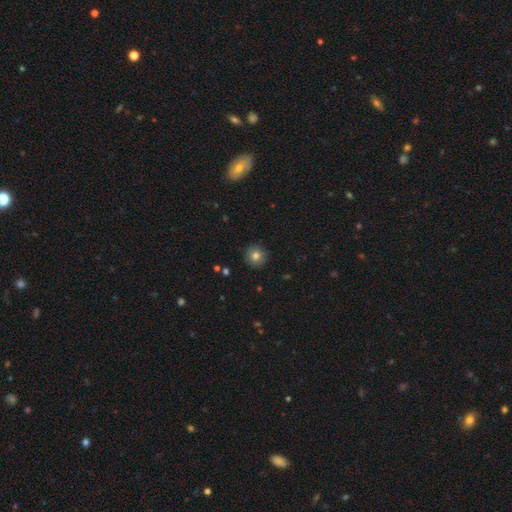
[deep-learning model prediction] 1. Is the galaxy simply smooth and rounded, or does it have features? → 81% smooth, 10% star or artifact, 9% featured or disk.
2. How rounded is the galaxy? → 94% round, 5% in between, 1% cigar-shaped.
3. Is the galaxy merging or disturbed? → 91% none, 6% minor disturbance, 2% major disturbance, 1% merger.